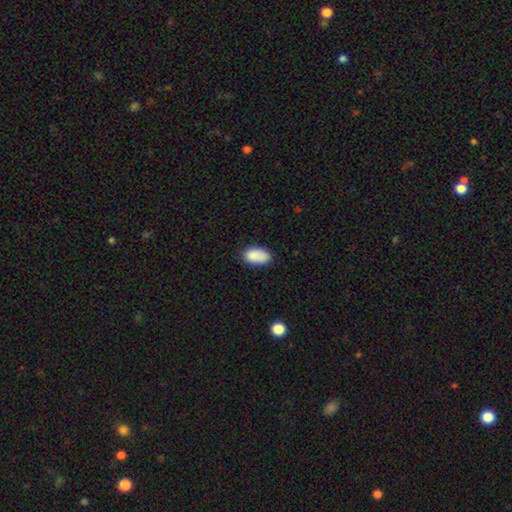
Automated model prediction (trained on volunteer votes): Overall: smooth (87%). How rounded: in between (93%). Merging: none (74%).